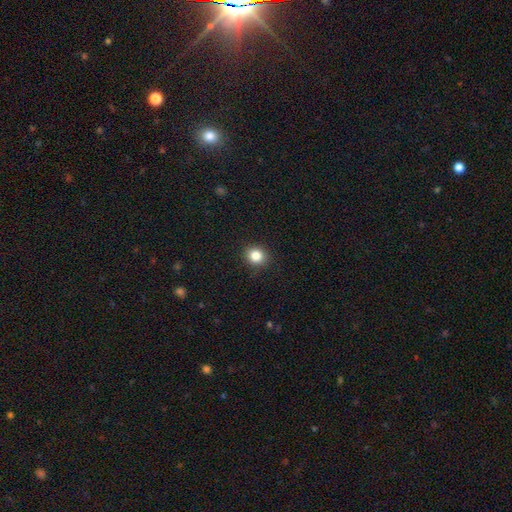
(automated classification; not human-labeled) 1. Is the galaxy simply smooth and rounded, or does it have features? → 85% smooth, 11% star or artifact, 5% featured or disk.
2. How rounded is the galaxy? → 79% round, 20% in between, 1% cigar-shaped.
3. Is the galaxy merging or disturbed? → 89% none, 8% minor disturbance, 2% major disturbance, 1% merger.